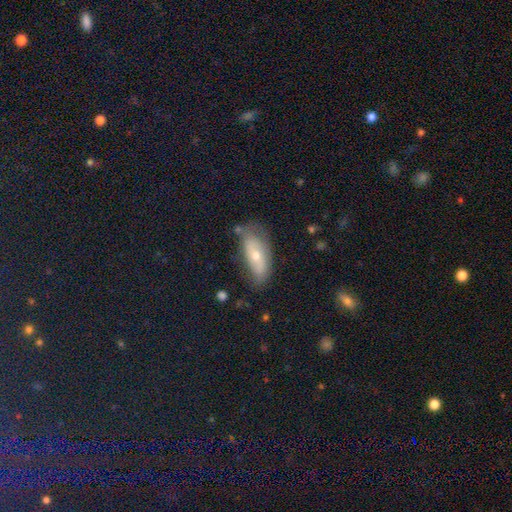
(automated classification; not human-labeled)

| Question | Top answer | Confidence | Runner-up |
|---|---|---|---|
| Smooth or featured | smooth | 54% | featured or disk (39%) |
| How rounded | in between | 80% | cigar-shaped (17%) |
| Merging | none | 60% | minor disturbance (27%) |